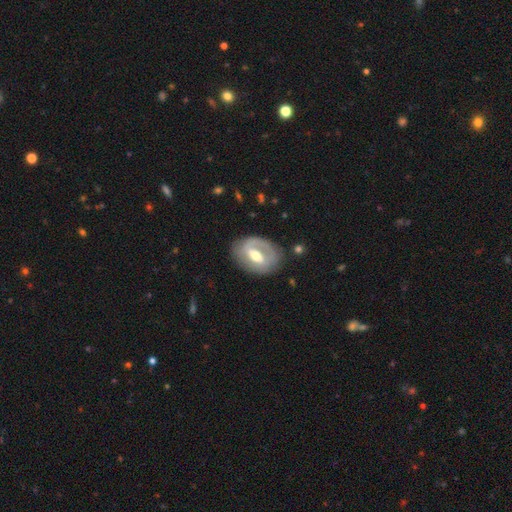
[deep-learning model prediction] Smooth or featured: featured or disk — 67% (smooth — 27%)
Edge-on disk: no — 93% (yes — 7%)
Bar: weak — 43% (strong — 37%)
Spiral arms: yes — 59% (no — 41%)
Bulge size: moderate — 70% (small — 16%)
Merging: none — 70% (minor disturbance — 20%)